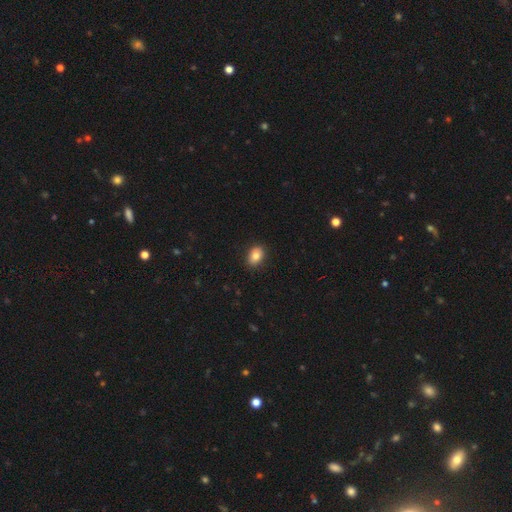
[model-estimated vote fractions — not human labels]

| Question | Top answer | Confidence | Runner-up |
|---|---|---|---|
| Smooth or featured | smooth | 83% | star or artifact (9%) |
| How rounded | in between | 75% | round (24%) |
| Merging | none | 88% | minor disturbance (9%) |